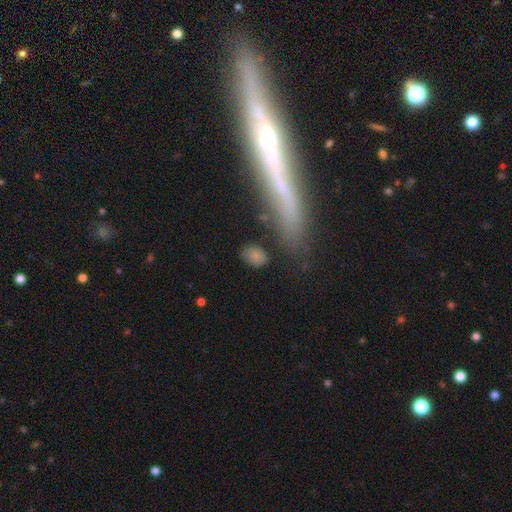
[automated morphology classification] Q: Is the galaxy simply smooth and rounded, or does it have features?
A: smooth — 79%.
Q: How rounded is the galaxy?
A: in between — 77%.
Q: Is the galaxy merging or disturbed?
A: none — 72%.